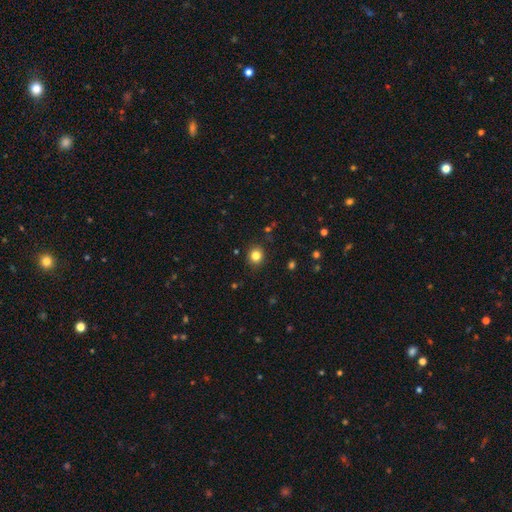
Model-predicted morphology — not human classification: This is clearly a smooth galaxy (82%). How rounded: clearly round (84%). Merging: clearly none (89%).